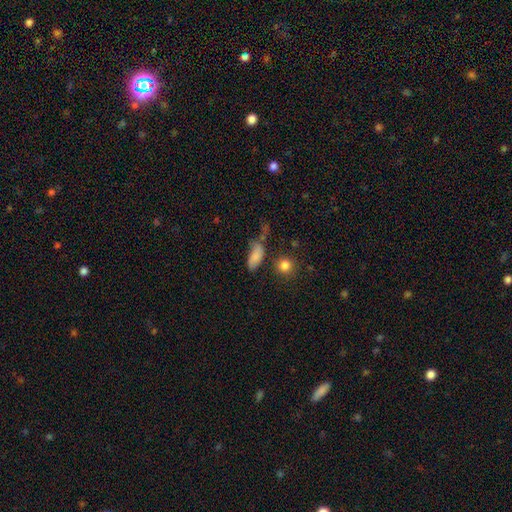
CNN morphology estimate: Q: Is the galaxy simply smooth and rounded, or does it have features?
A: smooth — 76%.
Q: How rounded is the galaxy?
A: in between — 78%.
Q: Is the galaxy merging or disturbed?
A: none — 45%.